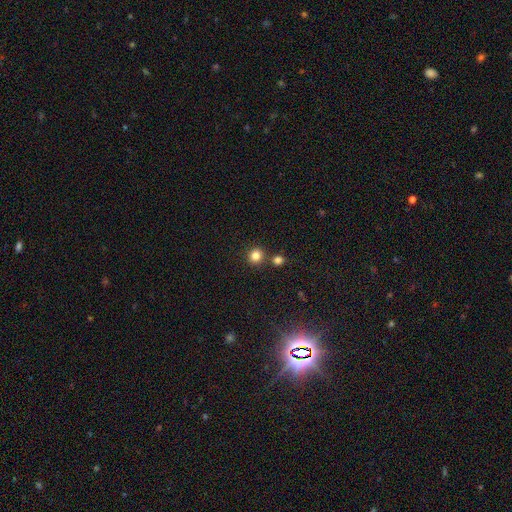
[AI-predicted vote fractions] Q: Smooth or featured?
A: smooth (82%); runner-up: star or artifact (13%)
Q: How rounded?
A: round (91%); runner-up: in between (8%)
Q: Merging?
A: none (79%); runner-up: merger (11%)